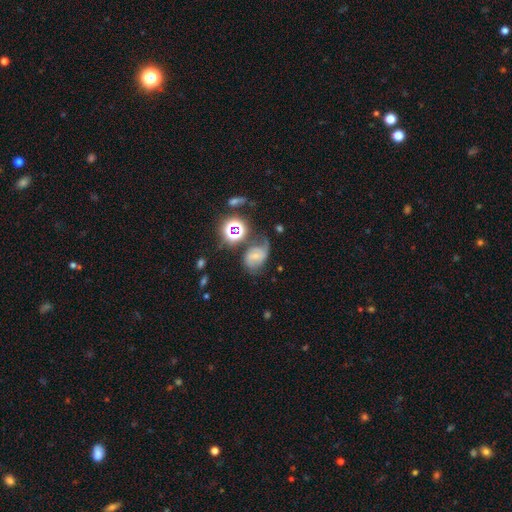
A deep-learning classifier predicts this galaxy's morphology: This is possibly a featured or disk galaxy (49%). Merging: possibly none (46%).